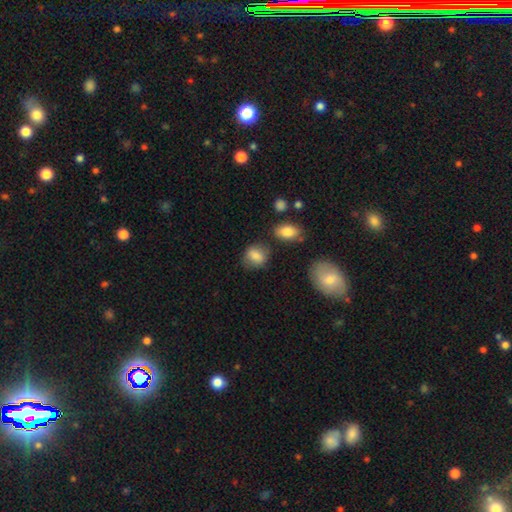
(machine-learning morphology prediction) smooth 82%, featured or disk 9%, star or artifact 8%. Down the decision tree: how rounded — in between (49%, tied with round); merging — none (71%).